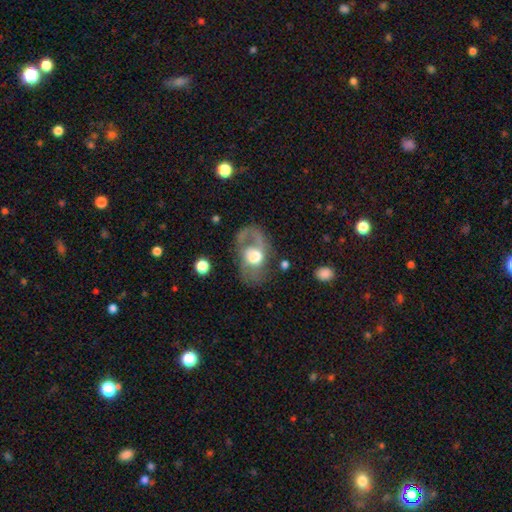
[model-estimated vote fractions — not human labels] This appears to be a featured or disk galaxy (64%) with no bar (64%), spiral arms (62%) and a moderate central bulge (45%). Merging: none (44%).